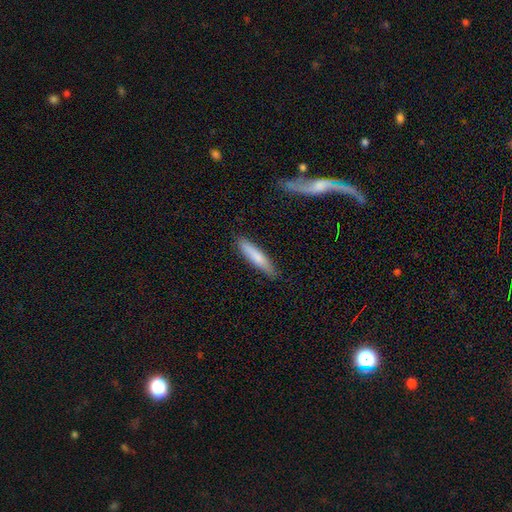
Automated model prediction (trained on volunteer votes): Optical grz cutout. It shows a smooth galaxy with no disk features (77%) that is cigar-shaped (85%). Merging: none (84%).